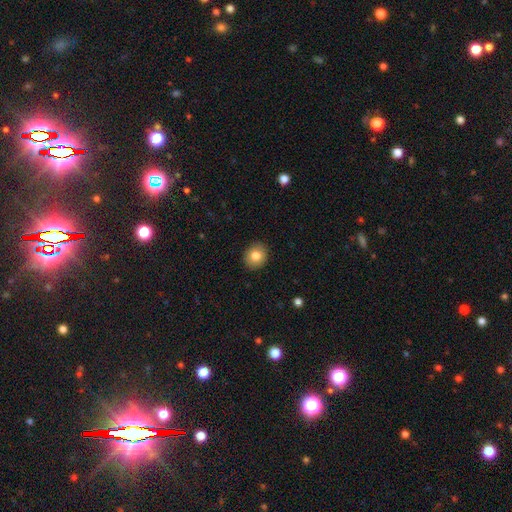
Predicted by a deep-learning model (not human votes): Smooth or featured?
  - smooth: 82% *
  - featured or disk: 9%
  - star or artifact: 9%
How rounded?
  - round: 70% *
  - in between: 29%
  - cigar-shaped: 1%
Merging?
  - none: 90% *
  - minor disturbance: 7%
  - major disturbance: 2%
  - merger: 1%